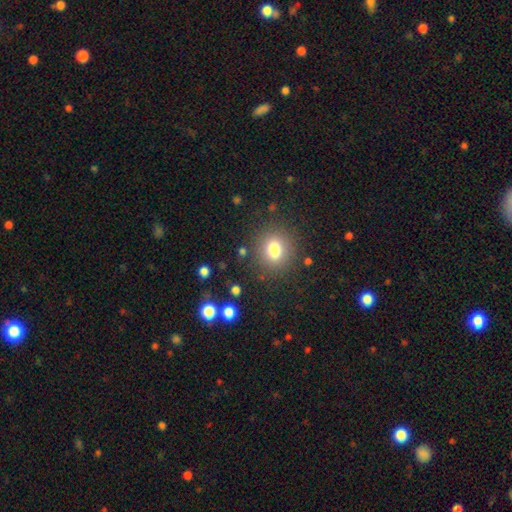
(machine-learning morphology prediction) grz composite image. It shows a smooth galaxy with no disk features (59%) that is round (91%). Merging: none (89%).